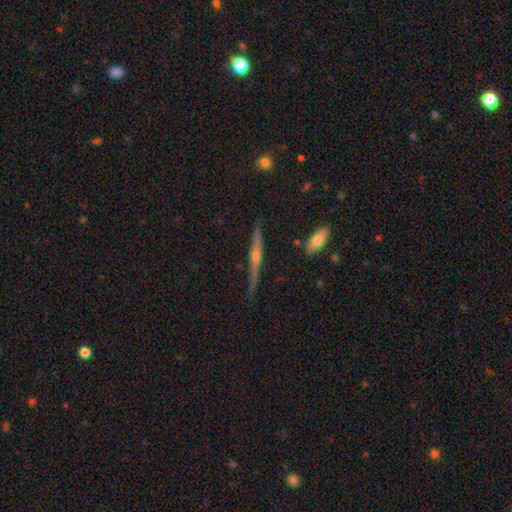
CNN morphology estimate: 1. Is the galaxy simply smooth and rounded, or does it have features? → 80% featured or disk, 12% smooth, 8% star or artifact.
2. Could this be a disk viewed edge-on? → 98% yes, 2% no.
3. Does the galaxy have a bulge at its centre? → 87% rounded, 8% none, 5% boxy.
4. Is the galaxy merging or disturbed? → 87% none, 10% minor disturbance, 2% major disturbance, 2% merger.